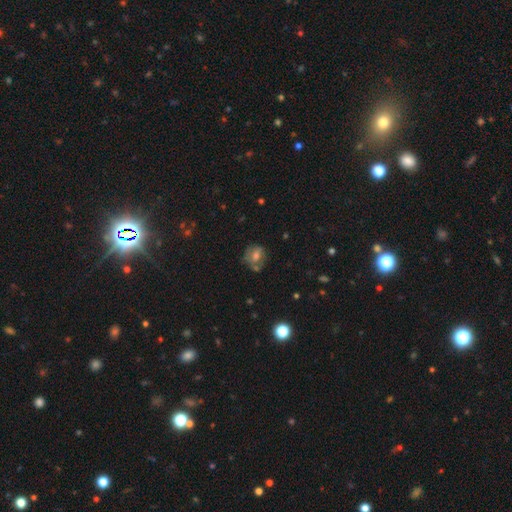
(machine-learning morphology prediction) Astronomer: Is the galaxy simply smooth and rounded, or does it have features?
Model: smooth — 51% (runner-up: featured or disk, 32%).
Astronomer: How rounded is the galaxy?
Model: round — 70%.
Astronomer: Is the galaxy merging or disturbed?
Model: none — 60%.